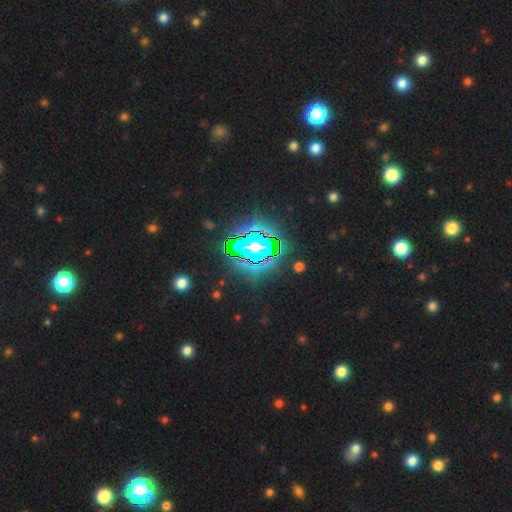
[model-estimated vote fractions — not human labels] Smooth or featured?
  - star or artifact: 81% *
  - smooth: 10%
  - featured or disk: 8%